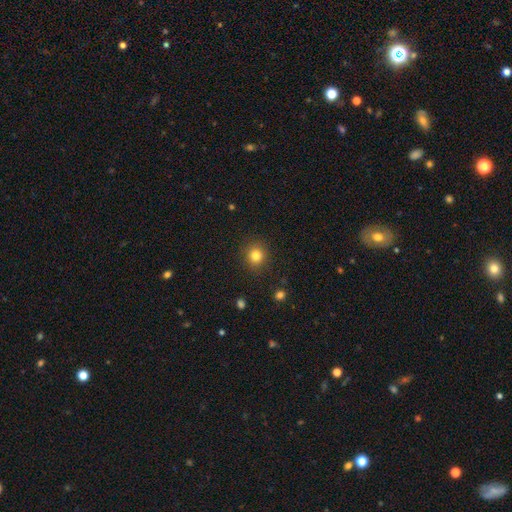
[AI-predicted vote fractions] smooth_or_featured: smooth (p=0.82) [alt: star or artifact p=0.13]
how_rounded: round (p=0.88) [alt: in between p=0.11]
merging: none (p=0.89) [alt: minor disturbance p=0.07]